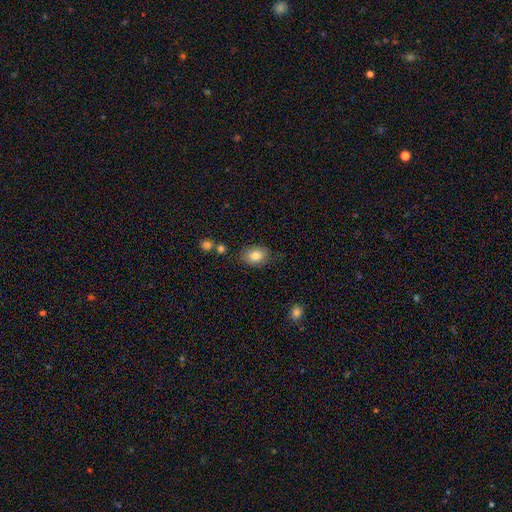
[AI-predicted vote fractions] Overall: smooth (82%). How rounded: in between (74%). Merging: none (78%).